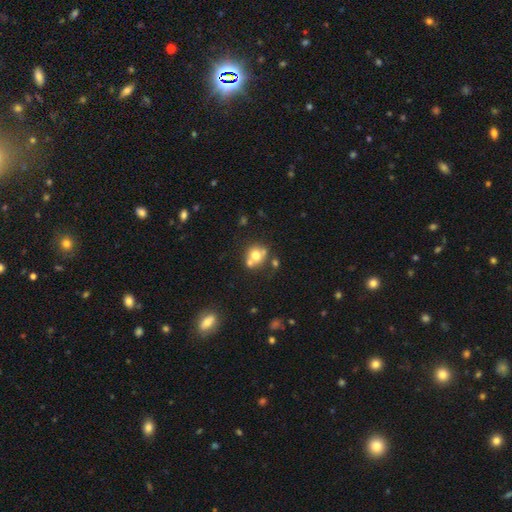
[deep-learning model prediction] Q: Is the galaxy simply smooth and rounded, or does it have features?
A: smooth — 67%.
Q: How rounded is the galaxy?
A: round — 77%.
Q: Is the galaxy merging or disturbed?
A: none — 48%.